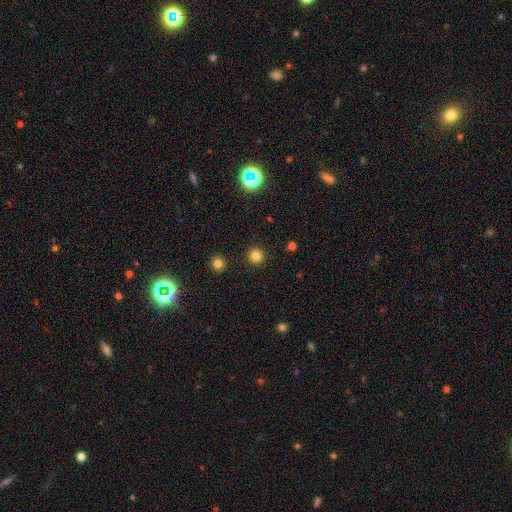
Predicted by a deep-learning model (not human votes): Smooth or featured: smooth — 80% (star or artifact — 16%)
How rounded: round — 95% (in between — 4%)
Merging: none — 92% (minor disturbance — 5%)